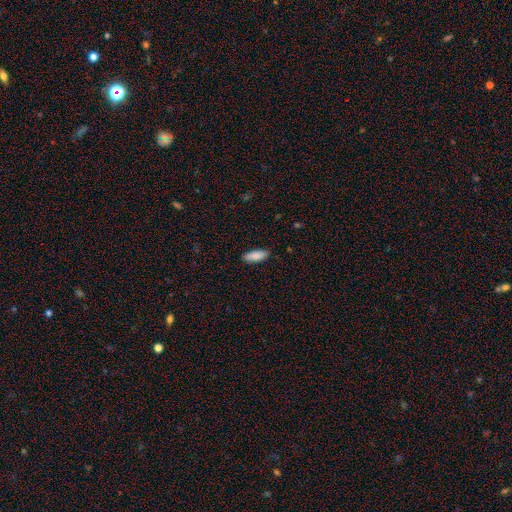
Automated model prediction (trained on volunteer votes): smooth-or-featured: smooth: 89% | star or artifact: 6% | featured or disk: 6%
  how-rounded: in between: 72% | cigar-shaped: 26% | round: 2%
  merging: none: 87% | minor disturbance: 10% | major disturbance: 2% | merger: 1%